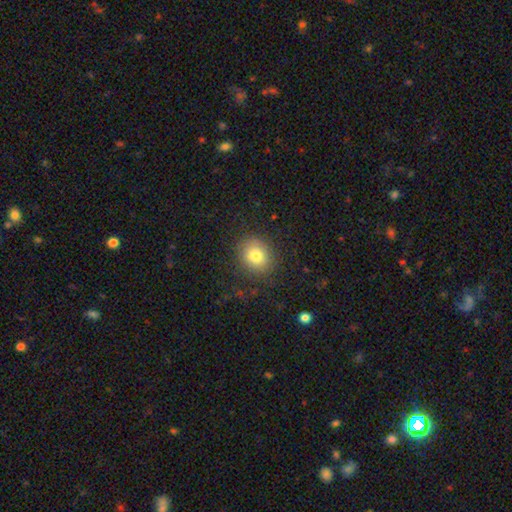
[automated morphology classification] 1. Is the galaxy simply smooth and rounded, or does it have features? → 78% smooth, 11% star or artifact, 11% featured or disk.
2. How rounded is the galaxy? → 70% round, 30% in between, 1% cigar-shaped.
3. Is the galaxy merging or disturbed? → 82% none, 11% minor disturbance, 5% major disturbance, 1% merger.